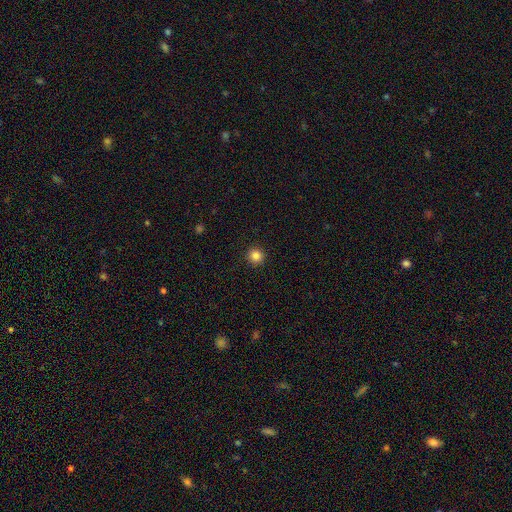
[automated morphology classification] This appears to be a smooth galaxy with no disk features (85%) that is round (95%). Merging: none (93%).